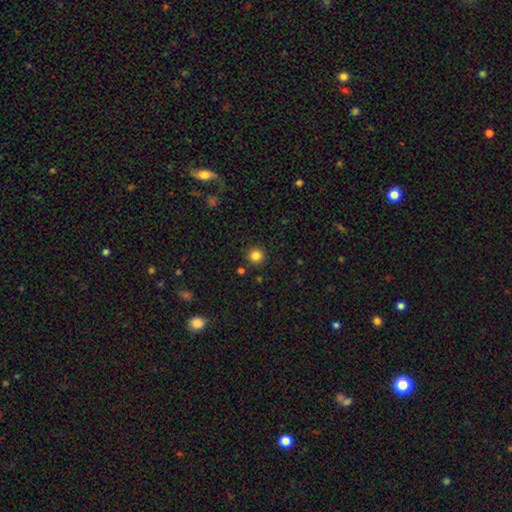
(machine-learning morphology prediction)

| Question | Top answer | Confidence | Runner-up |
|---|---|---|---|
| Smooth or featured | smooth | 84% | star or artifact (12%) |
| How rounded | round | 93% | in between (6%) |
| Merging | none | 91% | minor disturbance (5%) |